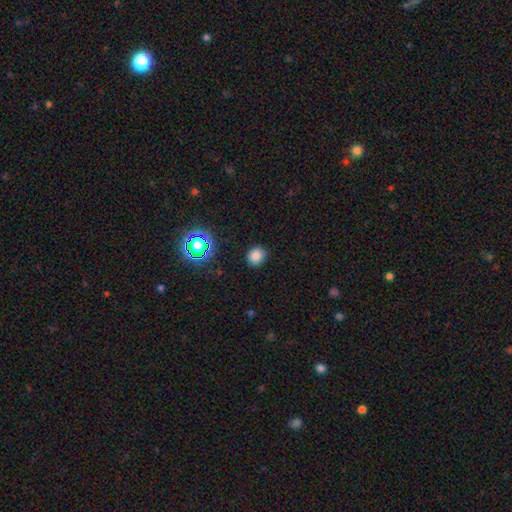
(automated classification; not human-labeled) This is likely a smooth galaxy (79%). How rounded: likely round (73%). Merging: clearly none (85%).